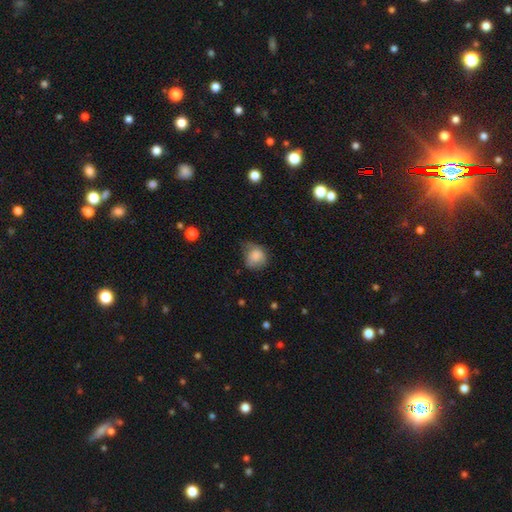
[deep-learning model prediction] smooth 82%, featured or disk 10%, star or artifact 9%. Down the decision tree: how rounded — round (71%); merging — none (46%).